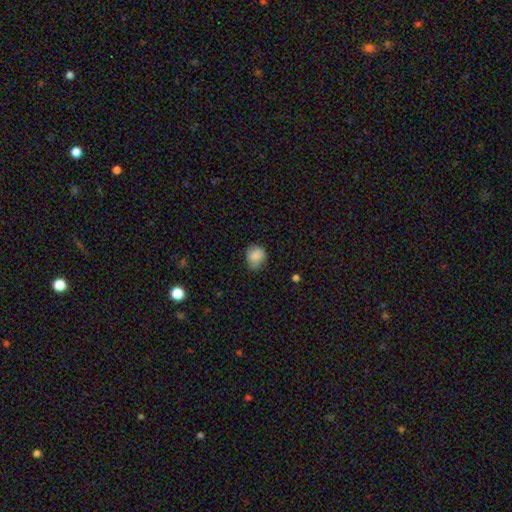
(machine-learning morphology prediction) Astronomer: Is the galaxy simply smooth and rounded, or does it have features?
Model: smooth — 83%.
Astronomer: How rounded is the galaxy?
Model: round — 70%.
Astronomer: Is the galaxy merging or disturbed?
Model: none — 66%.